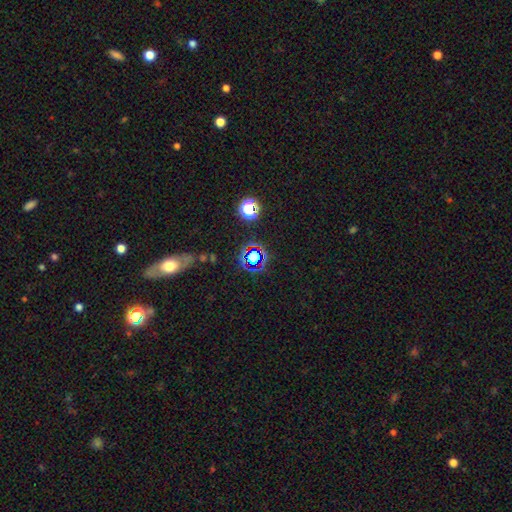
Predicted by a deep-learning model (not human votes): Smooth or featured? Predicted: star or artifact (p=0.69).